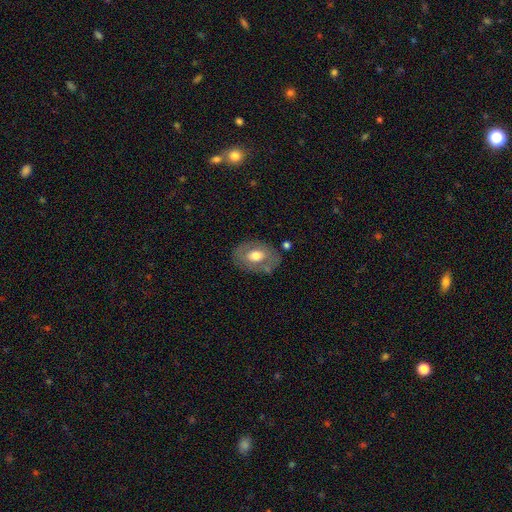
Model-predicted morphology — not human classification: type=smooth (56%); roundness=in between (78%); merging=none (72%).